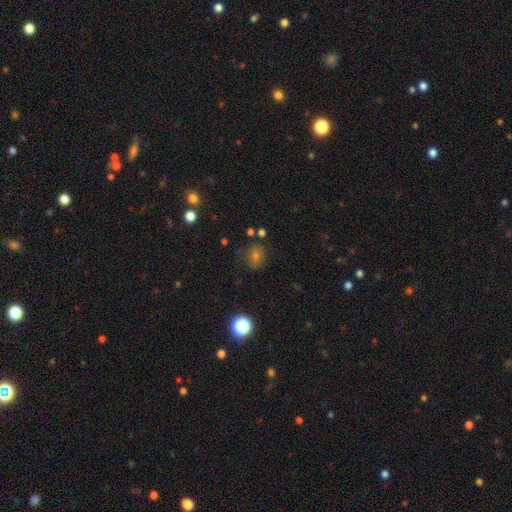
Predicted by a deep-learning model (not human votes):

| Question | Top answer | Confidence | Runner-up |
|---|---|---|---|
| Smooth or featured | smooth | 56% | star or artifact (30%) |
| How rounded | round | 69% | in between (30%) |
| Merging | none | 76% | minor disturbance (15%) |